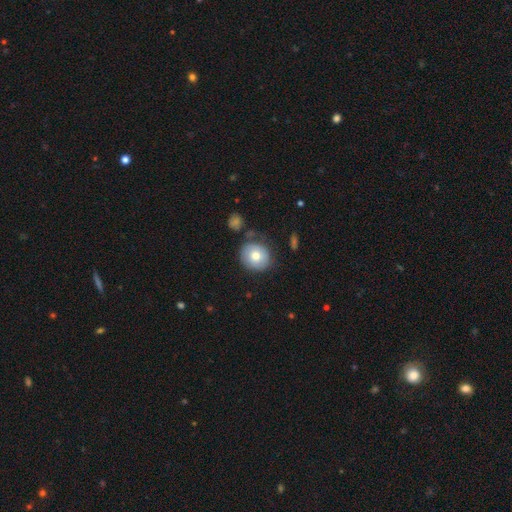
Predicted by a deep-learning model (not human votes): Morphology: type=smooth (74%); roundness=round (85%); merging=none (73%).